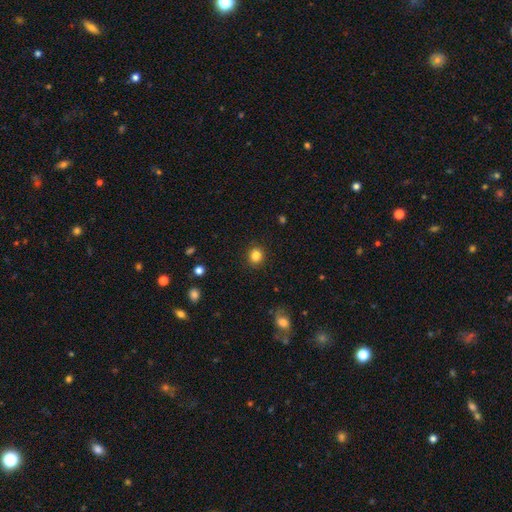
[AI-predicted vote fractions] This is clearly a smooth galaxy (84%). How rounded: clearly round (86%). Merging: clearly none (91%).